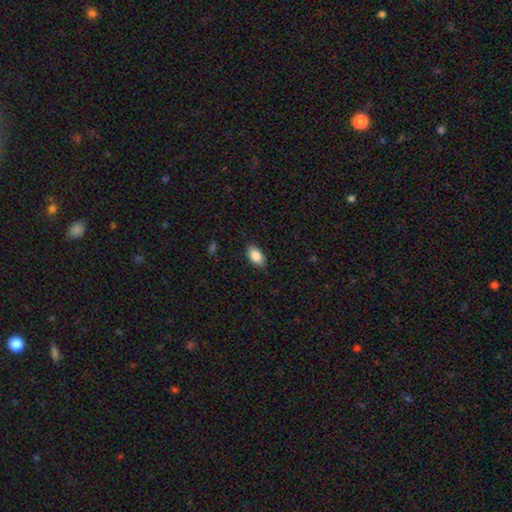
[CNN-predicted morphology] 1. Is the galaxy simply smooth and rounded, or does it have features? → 87% smooth, 7% star or artifact, 6% featured or disk.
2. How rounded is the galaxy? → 92% in between, 6% round, 2% cigar-shaped.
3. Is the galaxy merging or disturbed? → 86% none, 11% minor disturbance, 2% major disturbance, 1% merger.